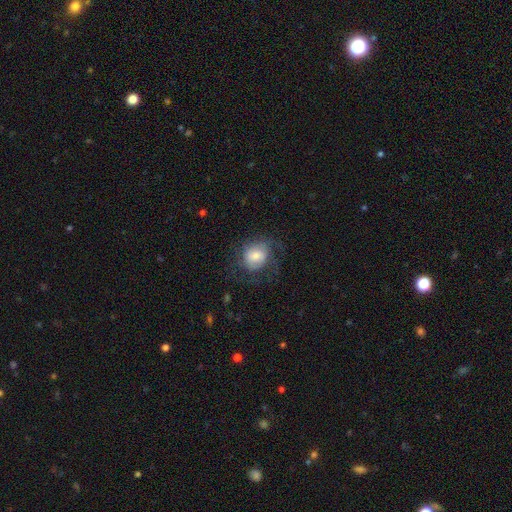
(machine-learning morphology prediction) Smooth or featured? Predicted: smooth (p=0.52). How rounded? Predicted: round (p=0.66). Merging? Predicted: none (p=0.56).